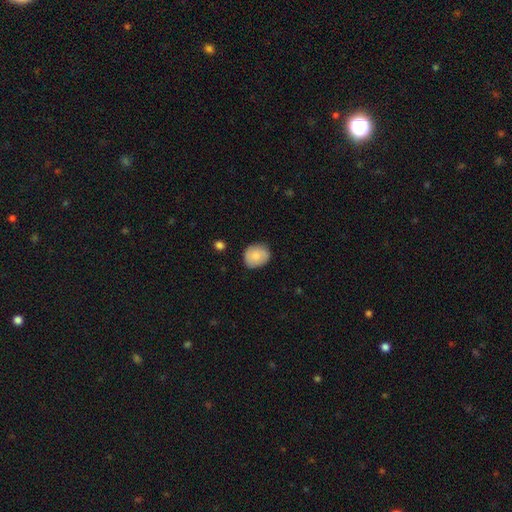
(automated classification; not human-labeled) Smooth or featured? smooth (83%)
How rounded? round (67%)
Merging? none (83%)